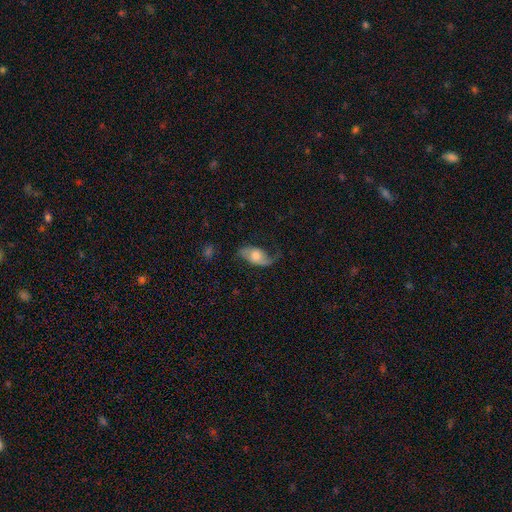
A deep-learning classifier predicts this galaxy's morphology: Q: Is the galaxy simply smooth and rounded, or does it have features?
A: featured or disk — 47%.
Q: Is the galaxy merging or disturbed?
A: none — 52%.